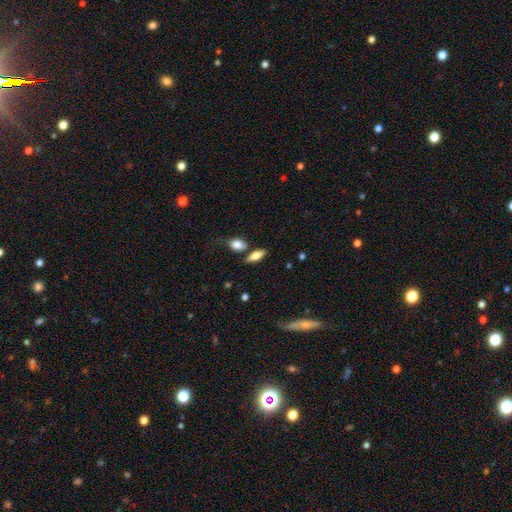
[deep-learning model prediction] smooth 69%, featured or disk 24%, star or artifact 7%. Down the decision tree: how rounded — in between (73%); merging — none (67%).